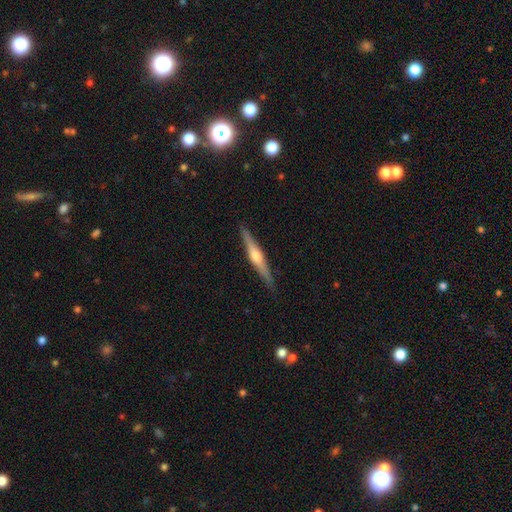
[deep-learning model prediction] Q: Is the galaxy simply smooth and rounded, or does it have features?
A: featured or disk — 70%.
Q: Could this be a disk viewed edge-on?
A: yes — 98%.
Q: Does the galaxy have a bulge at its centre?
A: rounded — 86%.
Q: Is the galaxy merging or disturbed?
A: none — 90%.